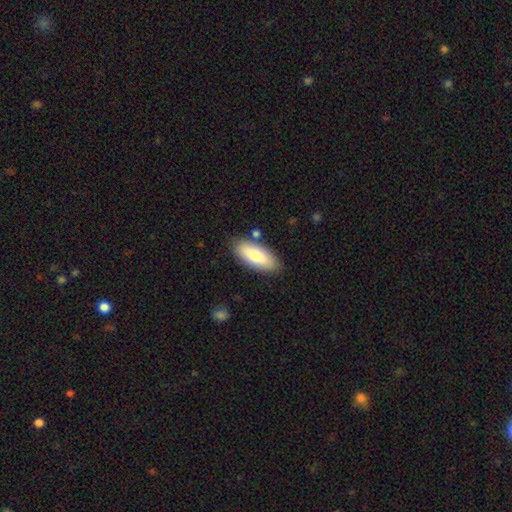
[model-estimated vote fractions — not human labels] Smooth or featured?
  - smooth: 76% *
  - featured or disk: 18%
  - star or artifact: 6%
How rounded?
  - in between: 82% *
  - cigar-shaped: 15%
  - round: 2%
Merging?
  - none: 81% *
  - minor disturbance: 12%
  - merger: 4%
  - major disturbance: 3%